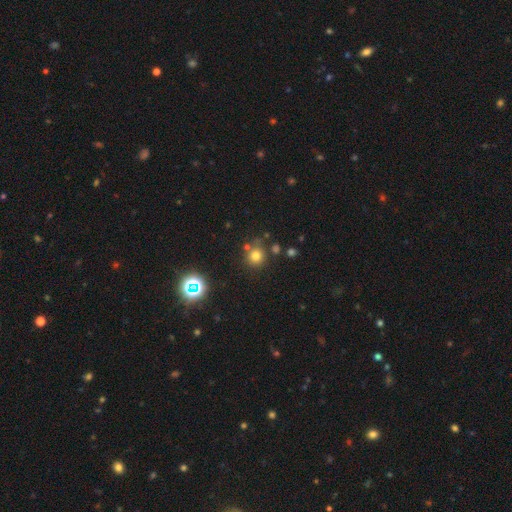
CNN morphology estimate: Smooth or featured?
  - smooth: 74% *
  - star or artifact: 18%
  - featured or disk: 7%
How rounded?
  - round: 89% *
  - in between: 10%
  - cigar-shaped: 1%
Merging?
  - none: 74% *
  - minor disturbance: 12%
  - merger: 10%
  - major disturbance: 4%